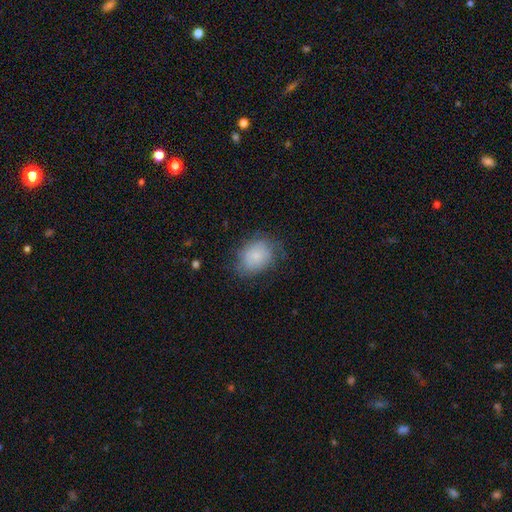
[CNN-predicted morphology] This is likely a smooth galaxy (77%). How rounded: possibly in between (57%). Merging: likely none (64%).